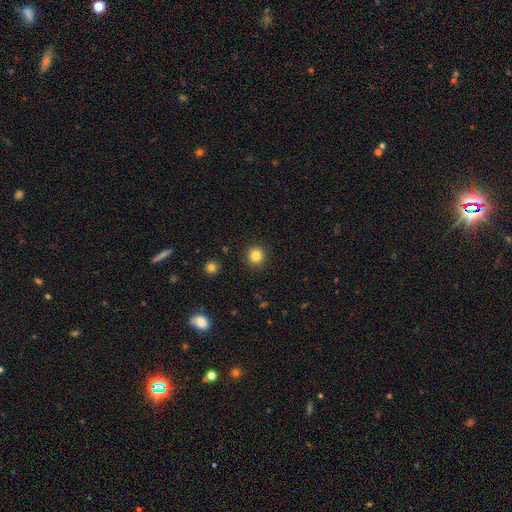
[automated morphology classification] smooth 83%, star or artifact 12%, featured or disk 5%. Down the decision tree: how rounded — round (93%); merging — none (92%).